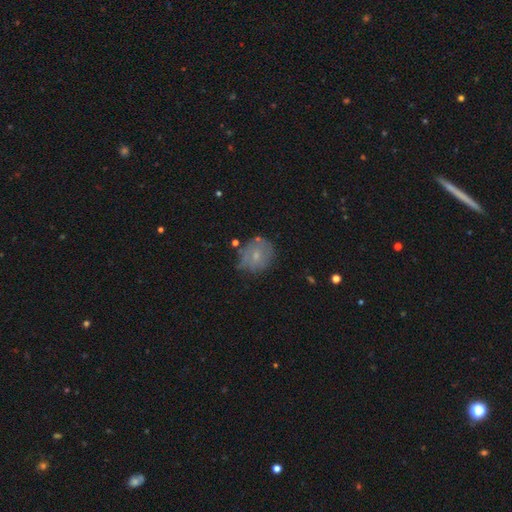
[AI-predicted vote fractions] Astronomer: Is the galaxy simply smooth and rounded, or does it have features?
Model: smooth — 55% (runner-up: featured or disk, 34%).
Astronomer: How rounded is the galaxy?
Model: round — 76%.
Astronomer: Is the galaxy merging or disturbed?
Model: none — 58%.